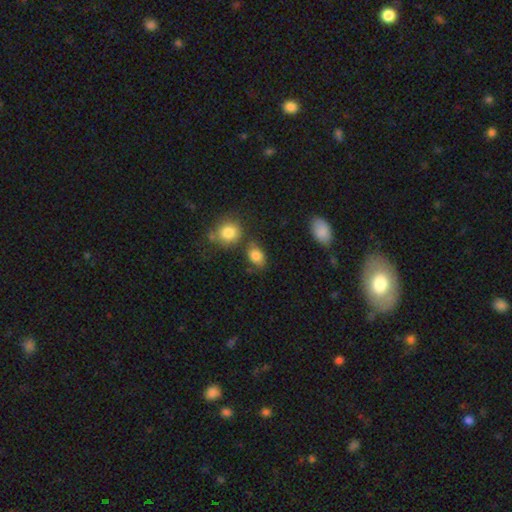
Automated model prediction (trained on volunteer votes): Smooth or featured? Predicted: smooth (p=0.83). How rounded? Predicted: in between (p=0.78). Merging? Predicted: none (p=0.66).